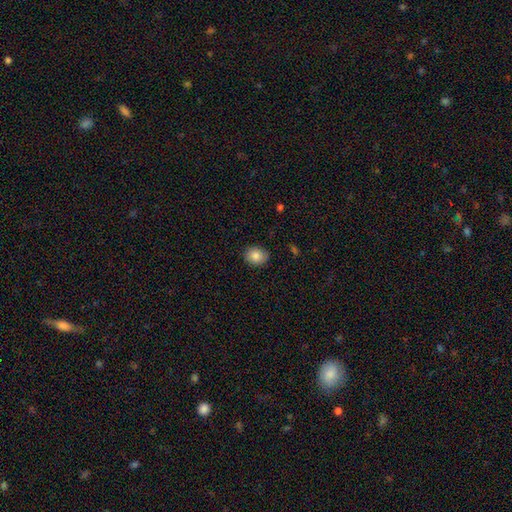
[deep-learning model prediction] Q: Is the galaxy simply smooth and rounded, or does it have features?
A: smooth — 85%.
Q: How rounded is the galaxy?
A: round — 54%.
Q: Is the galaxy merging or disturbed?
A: none — 85%.